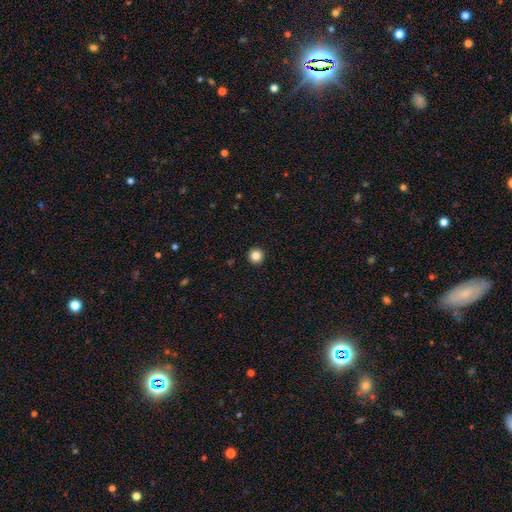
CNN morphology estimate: type=smooth (84%); roundness=round (96%); merging=none (94%).